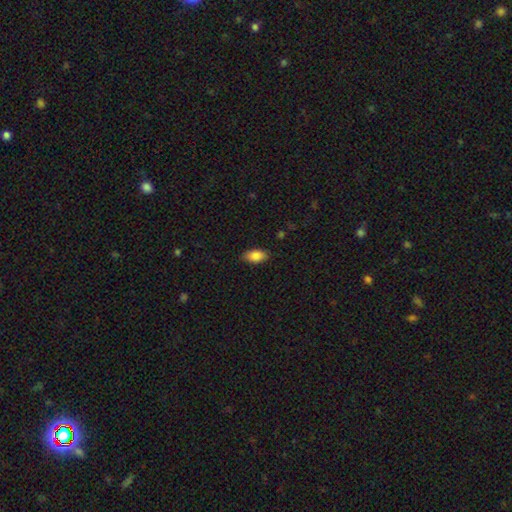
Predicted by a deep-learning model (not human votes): The model was most divided on "merging": none: 84%, minor disturbance: 12%, major disturbance: 2%, merger: 1%. More confident: how rounded — in between (91%); smooth or featured — smooth (85%).